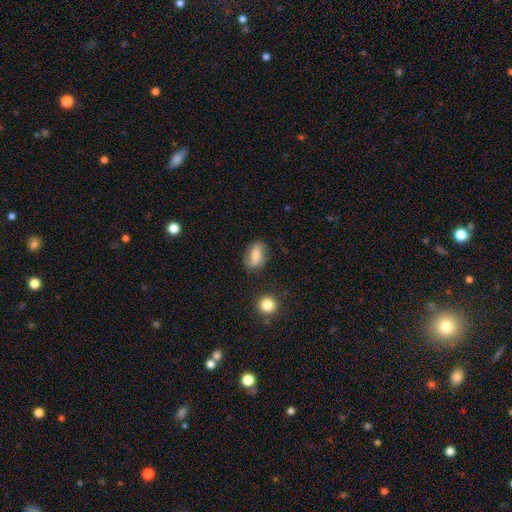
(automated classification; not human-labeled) Smooth or featured? Predicted: smooth (p=0.50). How rounded? Predicted: in between (p=0.77). Merging? Predicted: none (p=0.70).